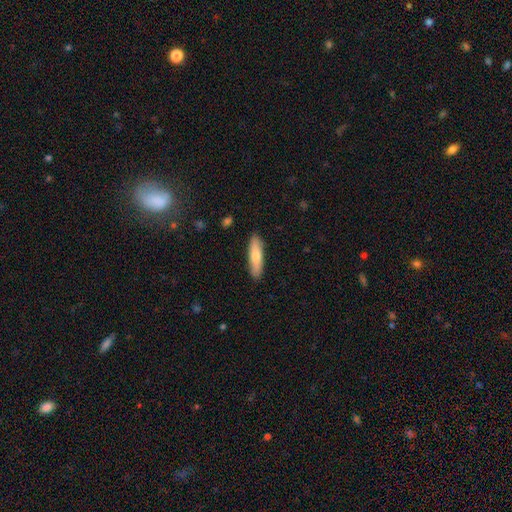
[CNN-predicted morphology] smooth 70%, featured or disk 25%, star or artifact 6%. Down the decision tree: how rounded — cigar-shaped (76%); merging — none (89%).